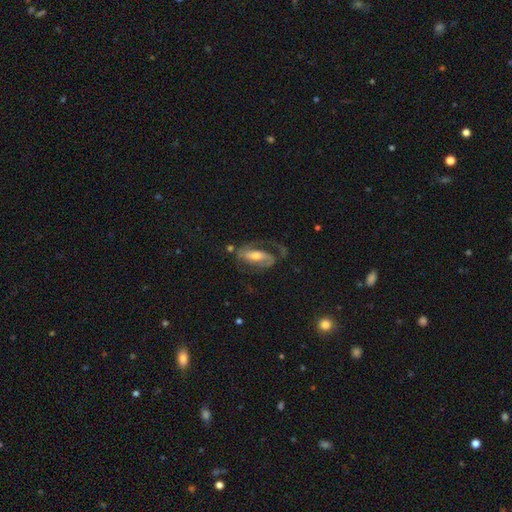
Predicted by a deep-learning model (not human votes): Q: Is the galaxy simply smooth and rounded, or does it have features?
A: featured or disk — 76%.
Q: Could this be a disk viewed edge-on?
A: no — 91%.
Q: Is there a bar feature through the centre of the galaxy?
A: strong — 37%.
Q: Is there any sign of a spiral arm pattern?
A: yes — 87%.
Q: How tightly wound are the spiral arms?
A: medium — 44%.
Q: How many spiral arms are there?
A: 2 — 66%.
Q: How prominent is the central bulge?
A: moderate — 59%.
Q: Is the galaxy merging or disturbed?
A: none — 50%.